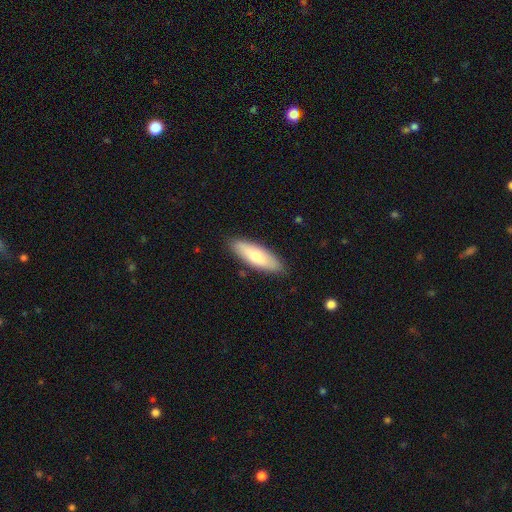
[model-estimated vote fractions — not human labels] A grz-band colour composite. It shows a smooth galaxy with no disk features (74%) that is in between round and cigar-shaped (55%). Merging: none (85%).